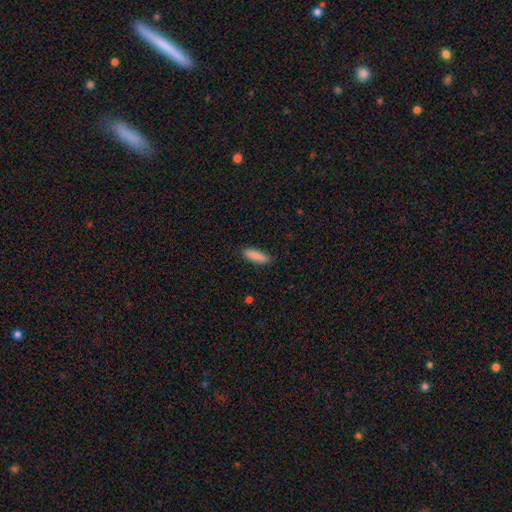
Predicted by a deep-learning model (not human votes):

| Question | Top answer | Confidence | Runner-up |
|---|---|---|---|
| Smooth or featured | smooth | 88% | star or artifact (6%) |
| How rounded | cigar-shaped | 56% | in between (42%) |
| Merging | none | 84% | minor disturbance (12%) |